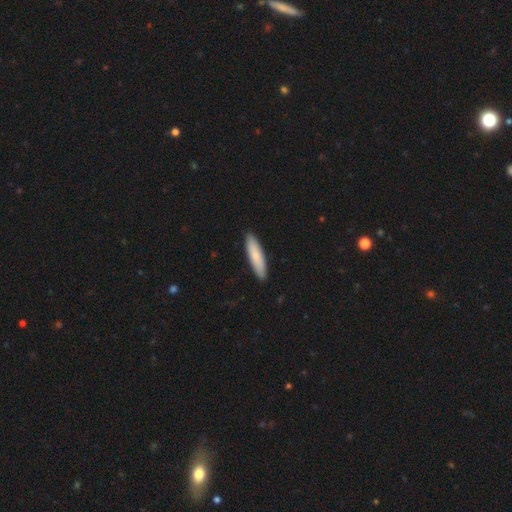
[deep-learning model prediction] Smooth or featured: smooth — 82% (featured or disk — 13%)
How rounded: cigar-shaped — 79% (in between — 20%)
Merging: none — 91% (minor disturbance — 7%)